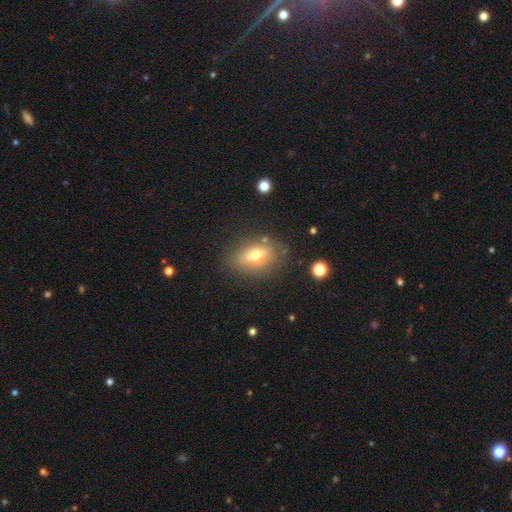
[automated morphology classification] type=smooth (61%); roundness=in between (78%); merging=none (78%).